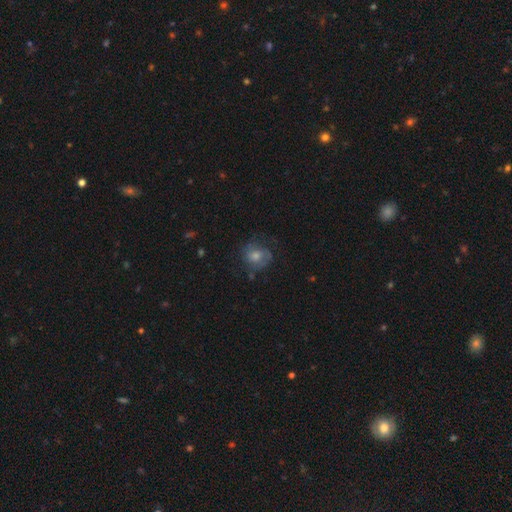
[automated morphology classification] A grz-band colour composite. It shows a smooth galaxy with no disk features (51%) that is round (67%). Merging: none (58%).